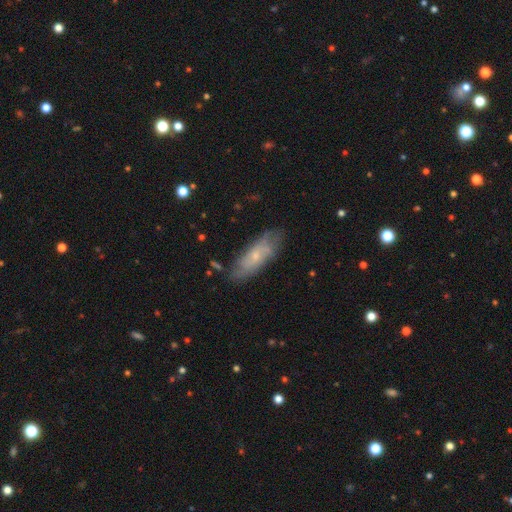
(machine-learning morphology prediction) type=featured or disk (50%); merging=none (72%).